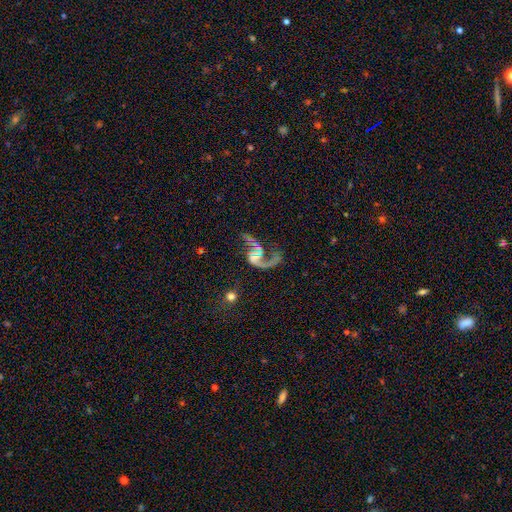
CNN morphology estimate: Overall: featured or disk (79%). Edge-on disk: no (97%). Bar: no (52%; weak 32%). Spiral arms: yes (88%). Spiral arm count: 2 (66%; 1 27%). Spiral winding: loose (72%). Bulge size: small (38%; none 31%). Merging: major disturbance (41%; none 33%).